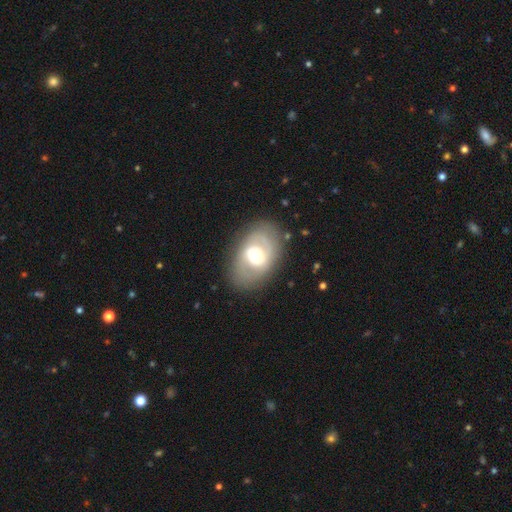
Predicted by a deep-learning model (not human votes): This appears to be a featured or disk galaxy (63%) with no bar (46%), spiral arms (61%) and a moderate central bulge (65%). Merging: none (80%).